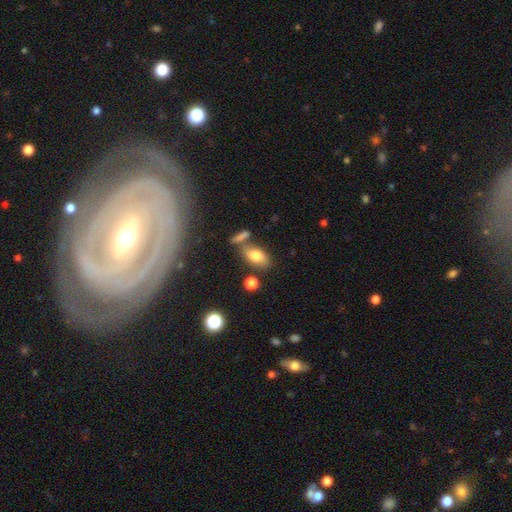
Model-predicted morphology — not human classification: A smooth galaxy with no disk features (76%) that is in between round and cigar-shaped (87%).

Vote fractions:
- Smooth or featured? smooth: 76% / featured or disk: 14% / star or artifact: 9%
- How rounded? in between: 87% / cigar-shaped: 6% / round: 6%
- Merging? none: 65% / merger: 16% / minor disturbance: 14% / major disturbance: 5%